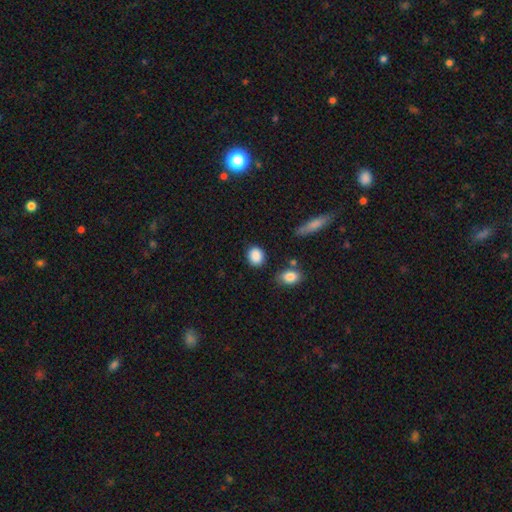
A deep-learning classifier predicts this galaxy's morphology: This appears to be a smooth galaxy with no disk features (89%) that is round (56%). Merging: none (83%).